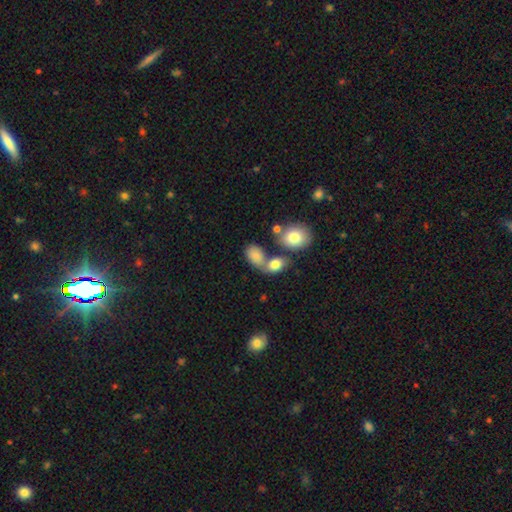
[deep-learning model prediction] The model was most divided on "merging" (2-way tie): merger: 40%, none: 40%, minor disturbance: 14%, major disturbance: 6%. More confident: how rounded — in between (83%); smooth or featured — smooth (77%).